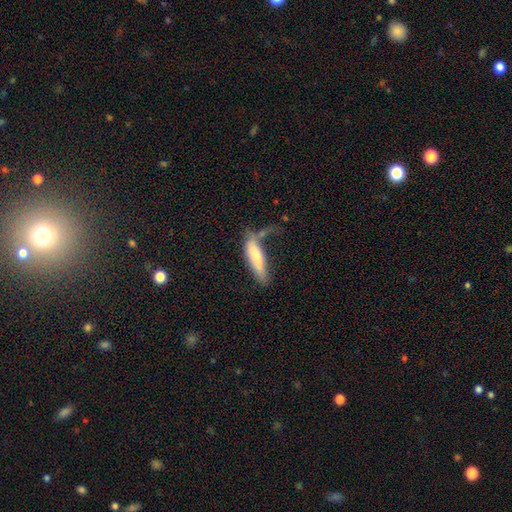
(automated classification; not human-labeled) Morphology: type=smooth (69%); roundness=cigar-shaped (67%); merging=none (39%).